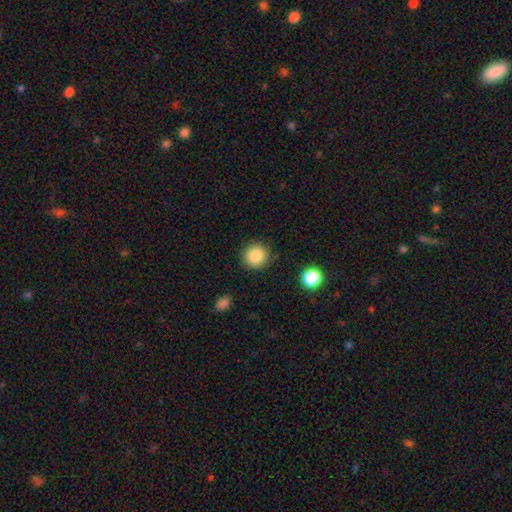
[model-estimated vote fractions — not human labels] Smooth or featured? Predicted: smooth (p=0.86). How rounded? Predicted: round (p=0.92). Merging? Predicted: none (p=0.88).